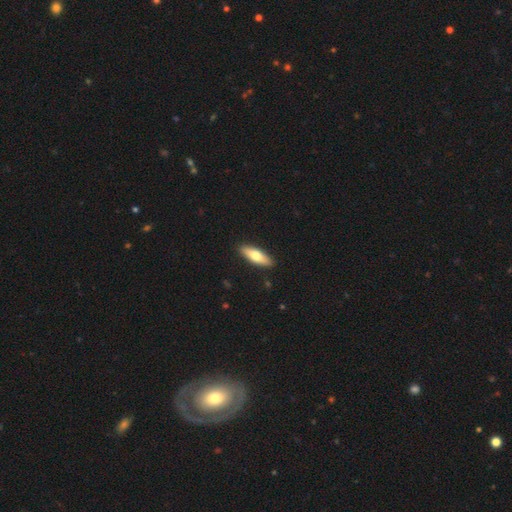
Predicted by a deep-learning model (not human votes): This is likely a smooth galaxy (66%). How rounded: possibly in between (54%). Merging: clearly none (91%).